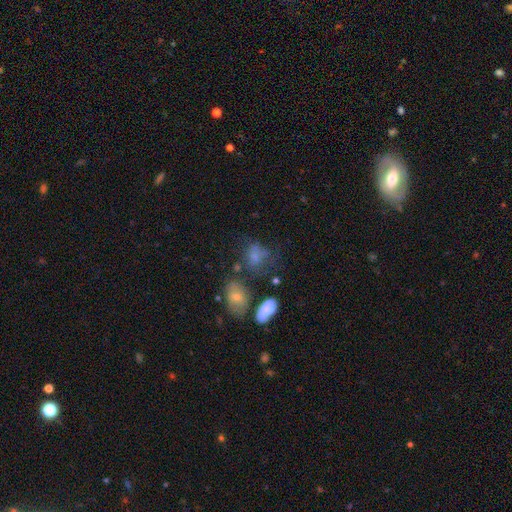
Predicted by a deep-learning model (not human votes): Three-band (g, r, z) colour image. It shows a smooth galaxy with no disk features (67%) that is in between round and cigar-shaped (55%). Merging: none (38%).